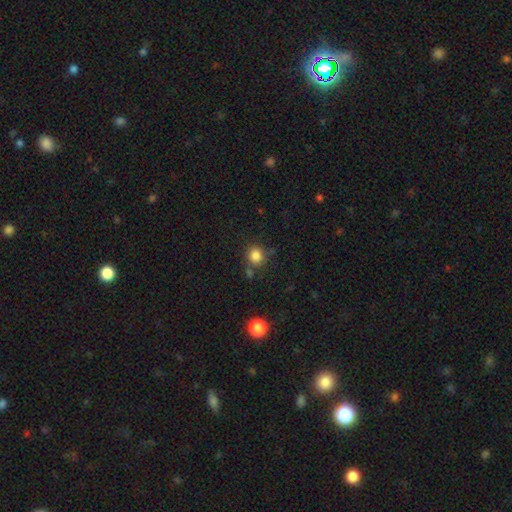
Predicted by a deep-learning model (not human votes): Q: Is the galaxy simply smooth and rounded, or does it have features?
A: smooth — 84%.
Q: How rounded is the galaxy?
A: round — 84%.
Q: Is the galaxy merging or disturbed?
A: none — 75%.